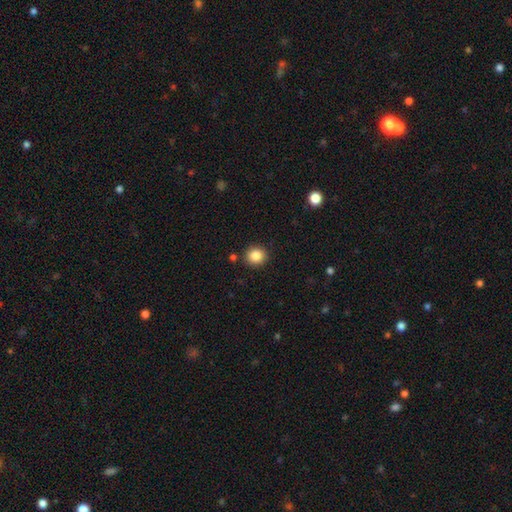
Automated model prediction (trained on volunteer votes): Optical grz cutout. It shows a smooth galaxy with no disk features (86%) that is round (86%). Merging: none (88%).